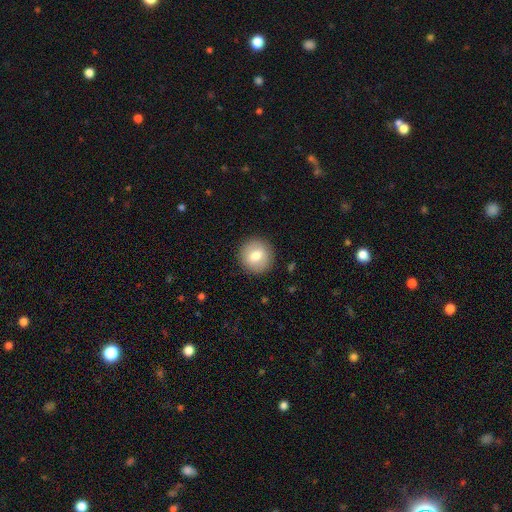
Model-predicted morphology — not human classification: smooth_or_featured: smooth (p=0.76) [alt: featured or disk p=0.16]
how_rounded: round (p=0.92) [alt: in between p=0.07]
merging: none (p=0.90) [alt: minor disturbance p=0.06]